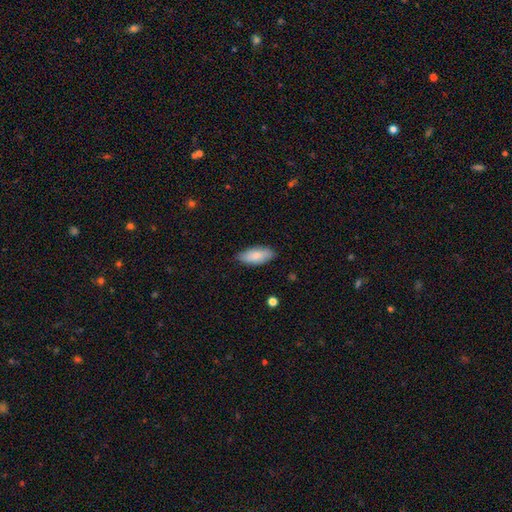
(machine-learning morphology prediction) smooth 84%, featured or disk 10%, star or artifact 6%. Down the decision tree: how rounded — in between (87%); merging — none (82%).